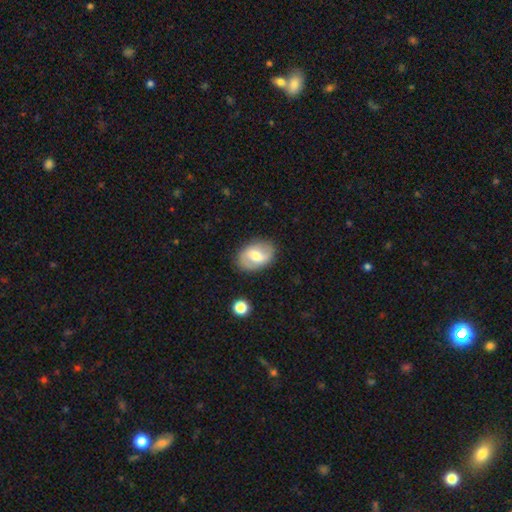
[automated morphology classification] type=featured or disk (53%); edge-on=no (95%); bar=weak (48%); spiral arms=yes (68%); bulge=moderate (64%); merging=none (83%).